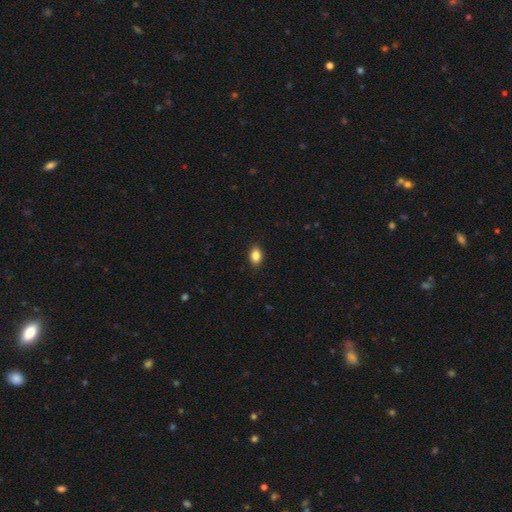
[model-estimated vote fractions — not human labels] smooth_or_featured: smooth (p=0.86) [alt: star or artifact p=0.09]
how_rounded: in between (p=0.79) [alt: round p=0.19]
merging: none (p=0.89) [alt: minor disturbance p=0.08]